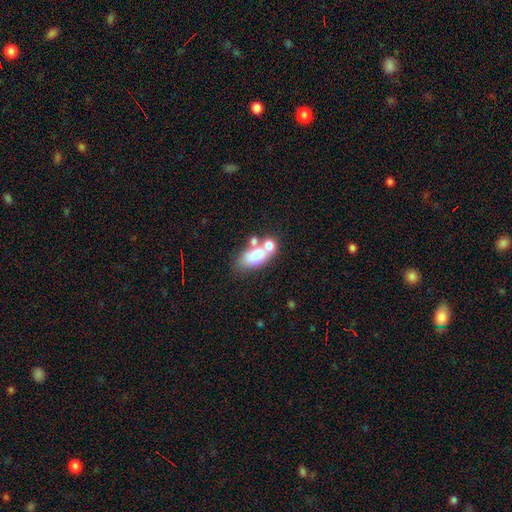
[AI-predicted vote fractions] A smooth galaxy with no disk features (68%) that is in between round and cigar-shaped (83%).

Vote fractions:
- Smooth or featured? smooth: 68% / featured or disk: 22% / star or artifact: 10%
- How rounded? in between: 83% / round: 11% / cigar-shaped: 6%
- Merging? merger: 47% / none: 34% / minor disturbance: 11% / major disturbance: 7%